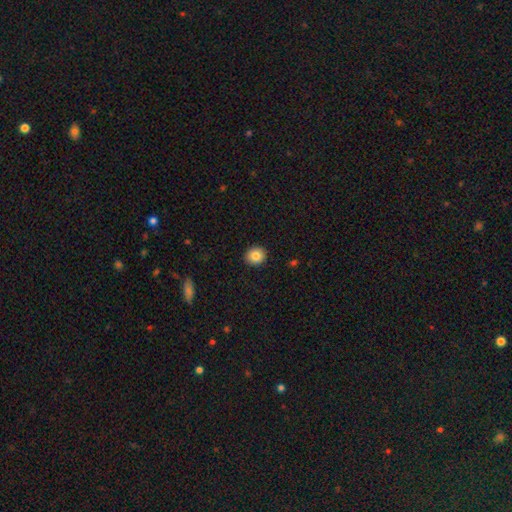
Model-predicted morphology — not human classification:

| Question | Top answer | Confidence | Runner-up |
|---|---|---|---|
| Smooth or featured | smooth | 83% | star or artifact (9%) |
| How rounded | round | 85% | in between (14%) |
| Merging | none | 92% | minor disturbance (5%) |